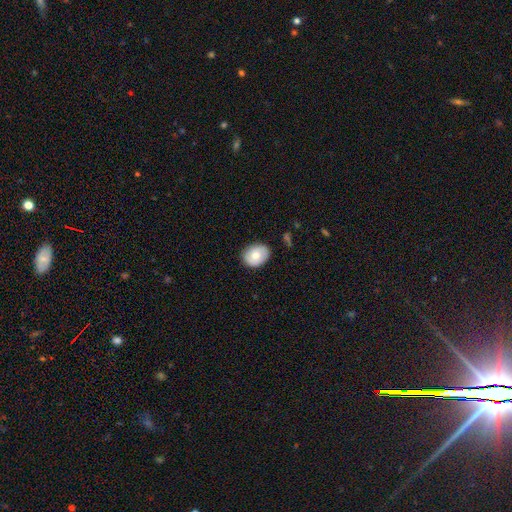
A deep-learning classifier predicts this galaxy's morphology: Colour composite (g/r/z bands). It shows a smooth galaxy with no disk features (67%) that is in between round and cigar-shaped (55%). Merging: none (84%).